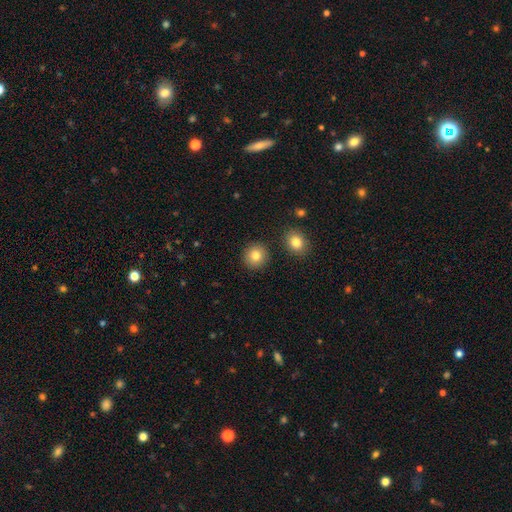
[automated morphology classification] Smooth or featured? Predicted: smooth (p=0.82). How rounded? Predicted: round (p=0.92). Merging? Predicted: none (p=0.89).